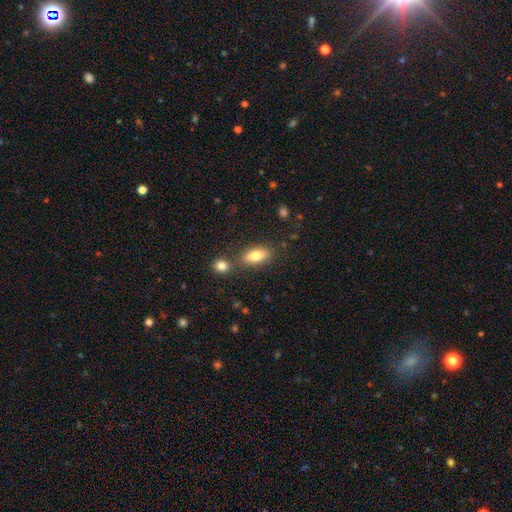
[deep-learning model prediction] Smooth or featured? Predicted: smooth (p=0.80). How rounded? Predicted: in between (p=0.85). Merging? Predicted: none (p=0.69).